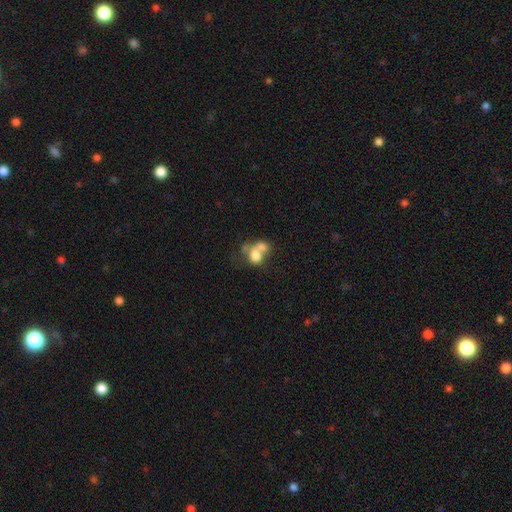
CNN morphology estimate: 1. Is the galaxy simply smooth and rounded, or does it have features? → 65% smooth, 25% featured or disk, 10% star or artifact.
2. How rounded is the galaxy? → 50% round, 48% in between, 1% cigar-shaped.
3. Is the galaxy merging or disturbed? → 67% merger, 16% none, 10% major disturbance, 8% minor disturbance.